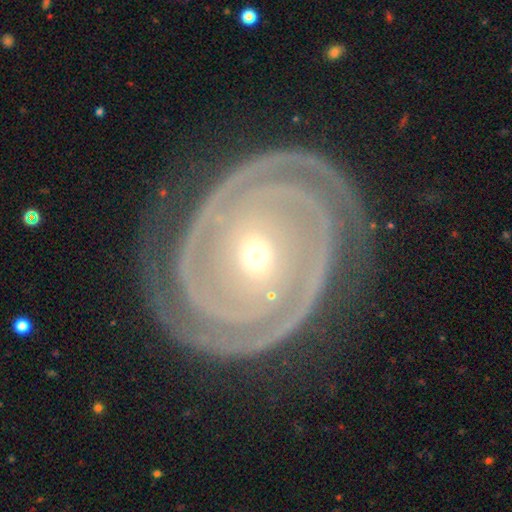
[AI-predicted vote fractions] Smooth or featured?
  - featured or disk: 92% *
  - star or artifact: 6%
  - smooth: 3%
Edge-on disk?
  - no: 97% *
  - yes: 3%
Bar?
  - no: 68% *
  - weak: 16%
  - strong: 16%
Spiral arms?
  - yes: 99% *
  - no: 1%
Spiral winding?
  - tight: 88% *
  - medium: 10%
  - loose: 2%
Spiral arm count?
  - 2: 64% *
  - 3: 14%
  - can't tell: 7%
  - 4: 6%
  - more than 4: 5%
  - 1: 4%
Bulge size?
  - small: 63% *
  - moderate: 34%
  - large: 1%
  - dominant: 1%
  - none: 1%
Merging?
  - none: 82% *
  - minor disturbance: 12%
  - major disturbance: 4%
  - merger: 1%